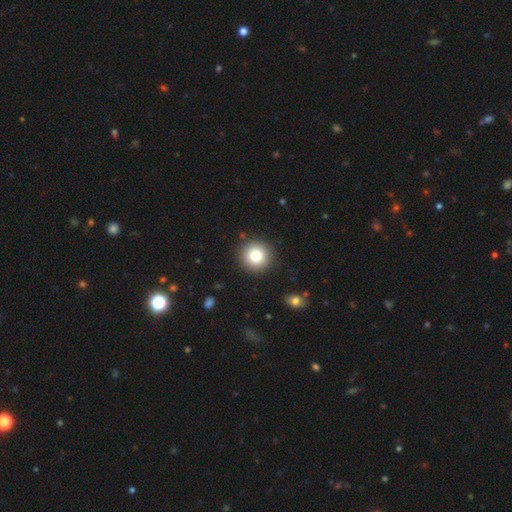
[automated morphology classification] This appears to be a smooth galaxy with no disk features (78%) that is round (95%). Merging: none (91%).